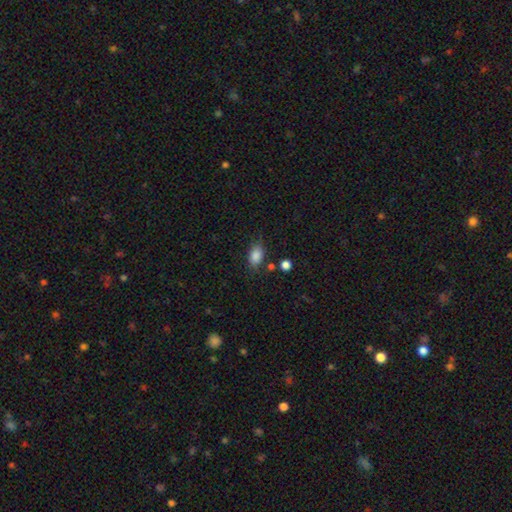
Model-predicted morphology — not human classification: Smooth or featured? smooth (85%)
How rounded? in between (85%)
Merging? none (72%)